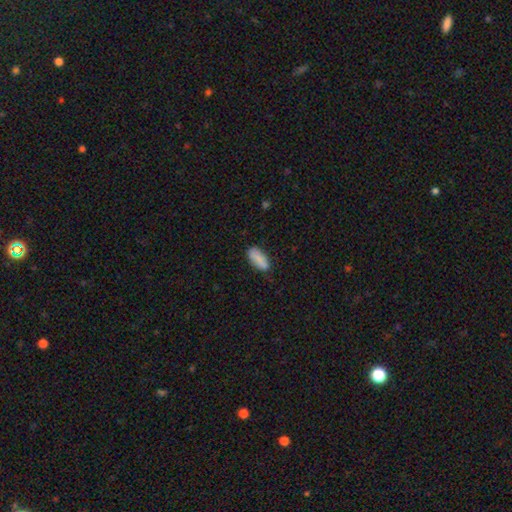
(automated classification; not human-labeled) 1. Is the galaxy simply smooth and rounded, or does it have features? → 85% smooth, 8% featured or disk, 7% star or artifact.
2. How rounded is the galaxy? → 76% in between, 22% cigar-shaped, 2% round.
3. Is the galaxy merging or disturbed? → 81% none, 14% minor disturbance, 3% major disturbance, 2% merger.